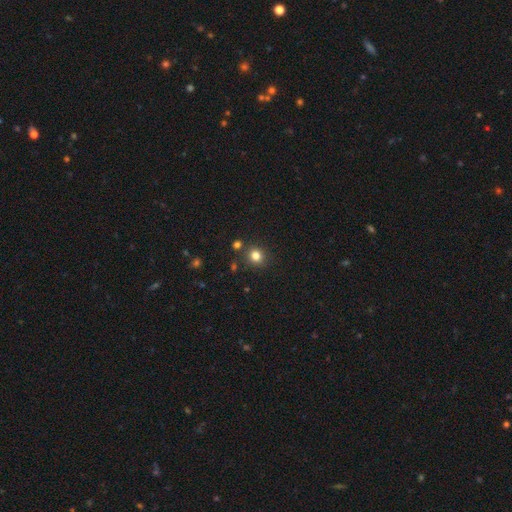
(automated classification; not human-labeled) Morphology: type=smooth (81%); roundness=round (85%); merging=none (83%).